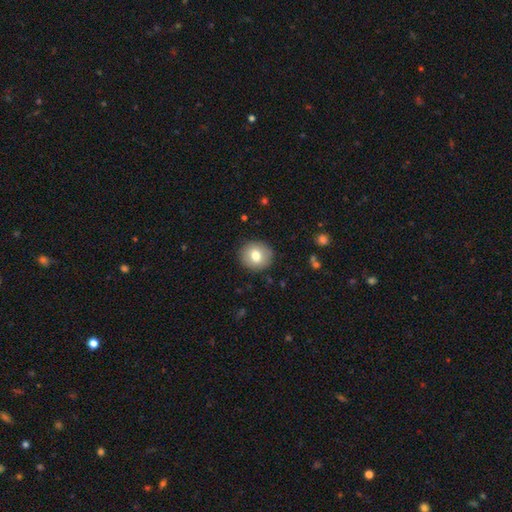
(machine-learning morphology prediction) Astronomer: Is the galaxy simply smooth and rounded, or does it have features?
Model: smooth — 75%.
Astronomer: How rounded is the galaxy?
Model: round — 86%.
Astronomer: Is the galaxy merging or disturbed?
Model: none — 89%.